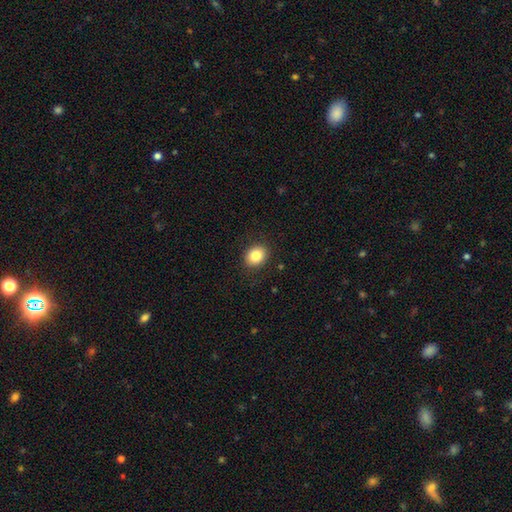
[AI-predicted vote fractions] Smooth or featured? smooth (85%)
How rounded? round (51%)
Merging? none (88%)